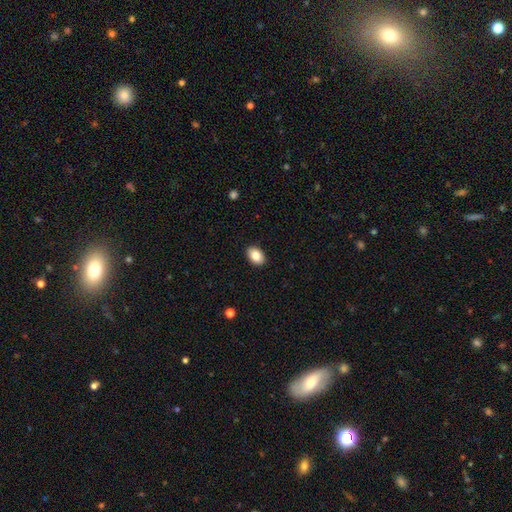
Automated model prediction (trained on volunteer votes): smooth_or_featured: smooth (p=0.84) [alt: featured or disk p=0.08]
how_rounded: in between (p=0.81) [alt: round p=0.18]
merging: none (p=0.91) [alt: minor disturbance p=0.07]